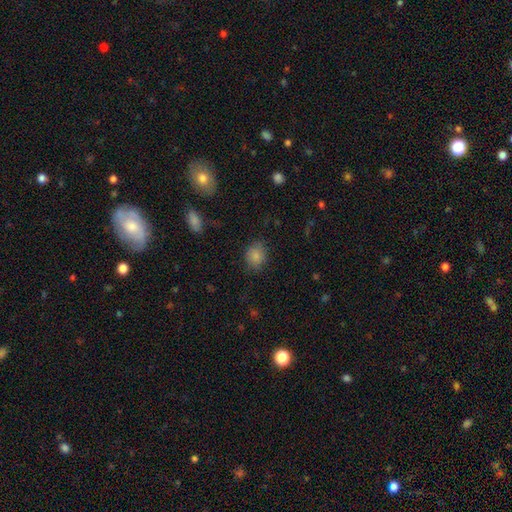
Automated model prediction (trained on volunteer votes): smooth 85%, star or artifact 9%, featured or disk 6%. Down the decision tree: how rounded — round (64%); merging — none (78%).